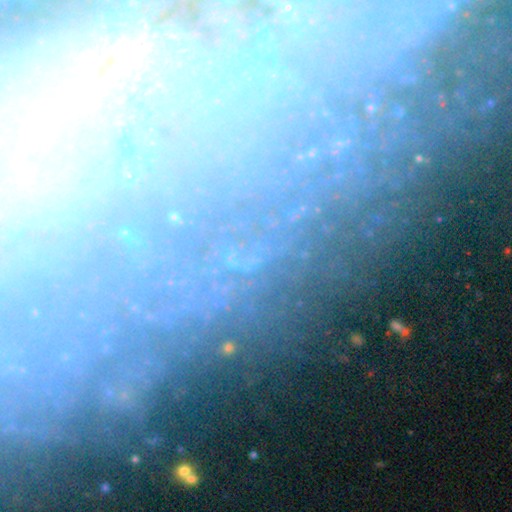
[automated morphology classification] smooth_or_featured: star or artifact (p=0.51) [alt: featured or disk p=0.32]